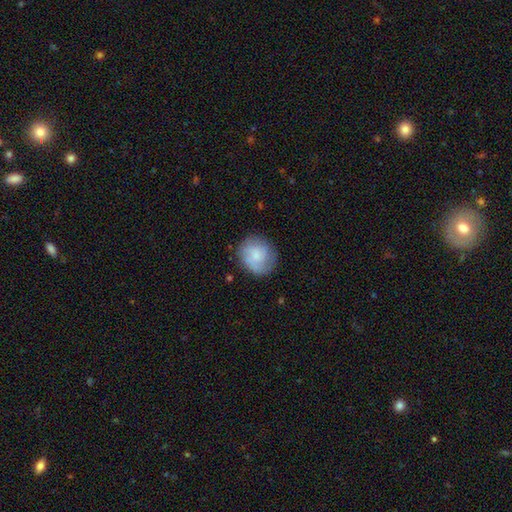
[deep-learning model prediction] This appears to be a smooth galaxy with no disk features (66%) that is round (83%). Merging: none (74%).